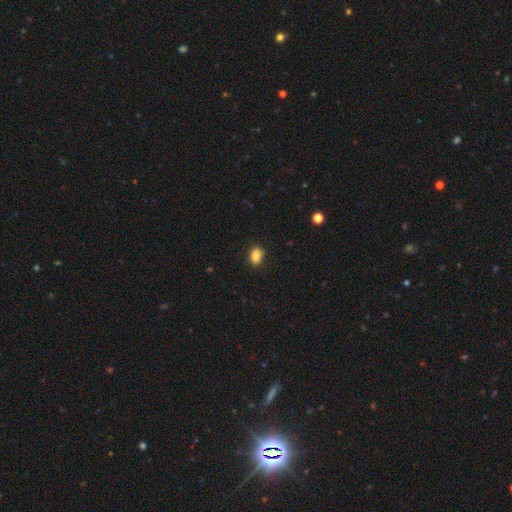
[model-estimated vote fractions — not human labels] Morphology: type=smooth (84%); roundness=in between (70%); merging=none (78%).